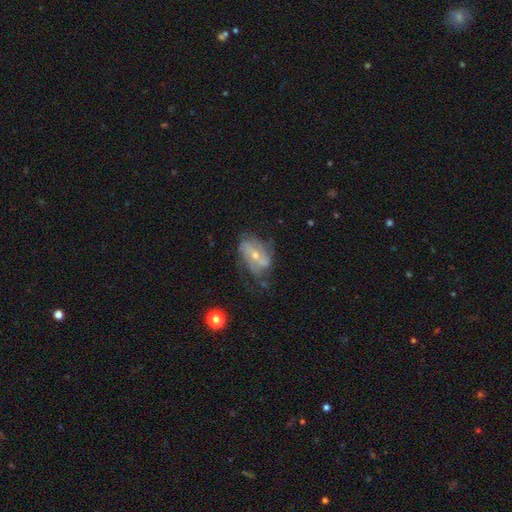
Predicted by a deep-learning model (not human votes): Morphology: type=featured or disk (75%); edge-on=no (95%); bar=weak (37%); spiral arms=yes (82%); winding=medium (40%); arm count=2 (47%); bulge=small (51%); merging=none (52%).